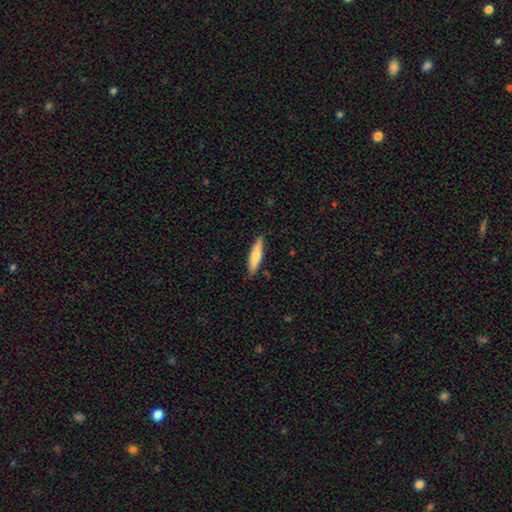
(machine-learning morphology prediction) Smooth or featured? smooth (70%)
How rounded? cigar-shaped (75%)
Merging? none (87%)